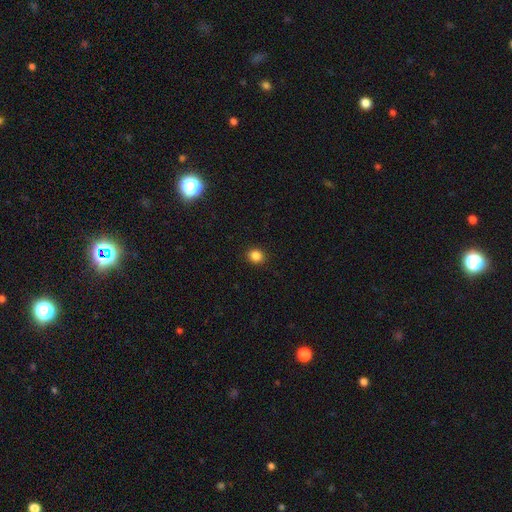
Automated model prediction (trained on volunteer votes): This appears to be a smooth galaxy with no disk features (86%) that is round (77%). Merging: none (92%).